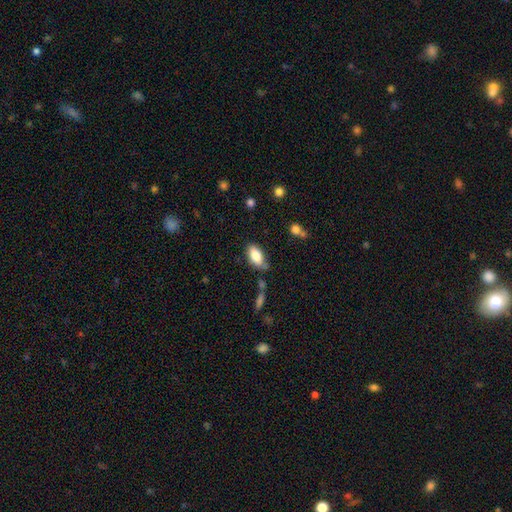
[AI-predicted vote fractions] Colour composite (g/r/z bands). It shows a smooth galaxy with no disk features (83%) that is in between round and cigar-shaped (92%). Merging: none (71%).